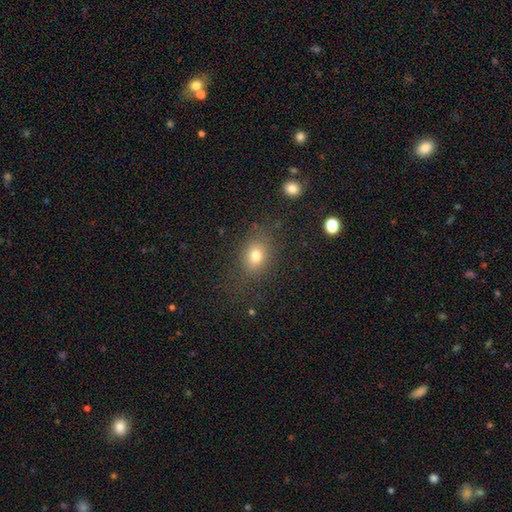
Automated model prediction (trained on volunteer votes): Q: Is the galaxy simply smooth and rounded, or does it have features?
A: smooth — 76%.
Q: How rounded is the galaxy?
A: in between — 59%.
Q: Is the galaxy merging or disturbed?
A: none — 76%.